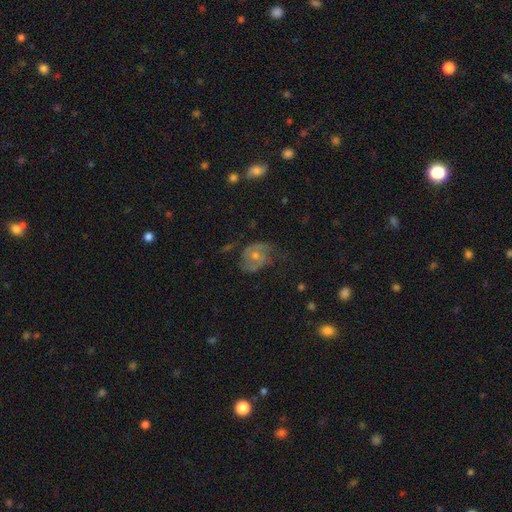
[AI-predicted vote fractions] Overall: featured or disk (62%; smooth 30%). Edge-on disk: no (97%). Bar: no (75%). Spiral arms: yes (75%). Bulge size: moderate (61%; small 32%). Merging: none (46%; minor disturbance 29%).